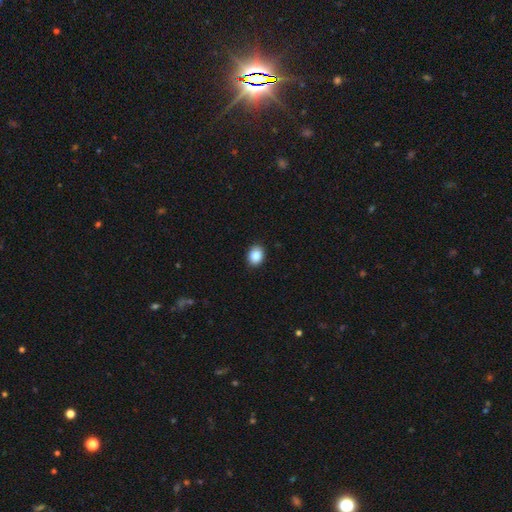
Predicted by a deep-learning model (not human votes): Q: Smooth or featured?
A: smooth (87%); runner-up: star or artifact (9%)
Q: How rounded?
A: round (50%); runner-up: in between (49%)
Q: Merging?
A: none (89%); runner-up: minor disturbance (8%)